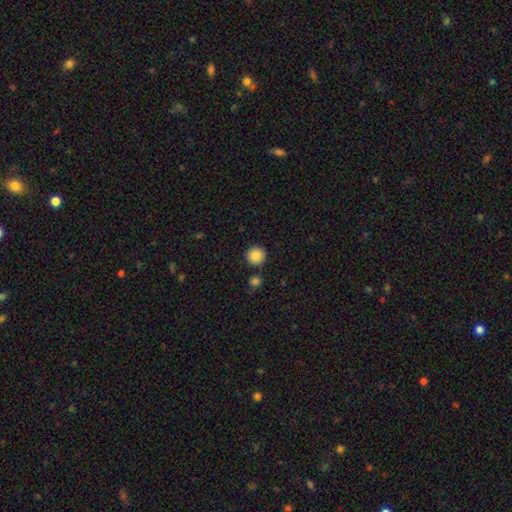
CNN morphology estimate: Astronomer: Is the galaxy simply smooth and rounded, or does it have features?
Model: smooth — 88%.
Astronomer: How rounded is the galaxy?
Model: round — 95%.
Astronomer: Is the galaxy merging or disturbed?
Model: none — 87%.